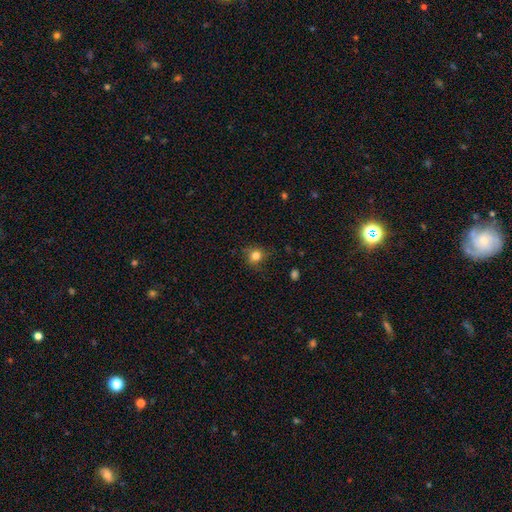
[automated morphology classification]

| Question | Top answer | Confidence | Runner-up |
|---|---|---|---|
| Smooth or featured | smooth | 80% | star or artifact (13%) |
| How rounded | round | 81% | in between (18%) |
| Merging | none | 75% | minor disturbance (18%) |